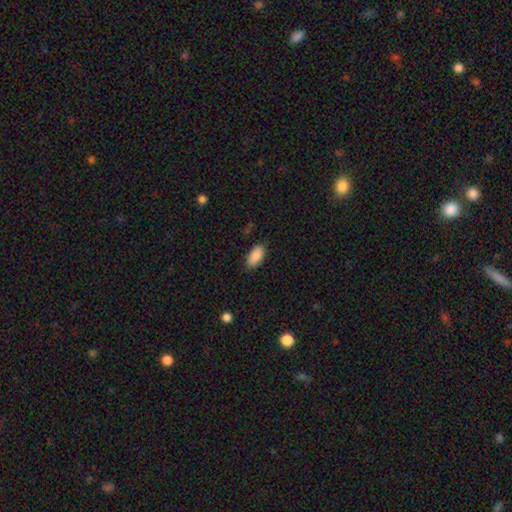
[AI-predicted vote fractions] A smooth galaxy with no disk features (89%) that is in between round and cigar-shaped (93%). Merging: none (85%).